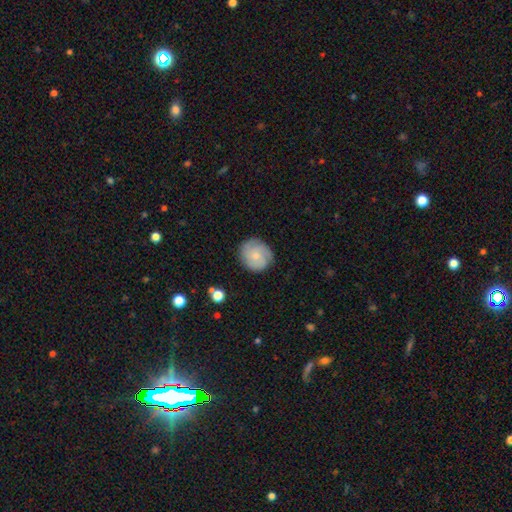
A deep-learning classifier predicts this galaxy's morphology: A featured or disk galaxy (47%).

Vote fractions:
- Smooth or featured? featured or disk: 47% / smooth: 45% / star or artifact: 7%
- Merging? none: 80% / minor disturbance: 15% / major disturbance: 4% / merger: 1%